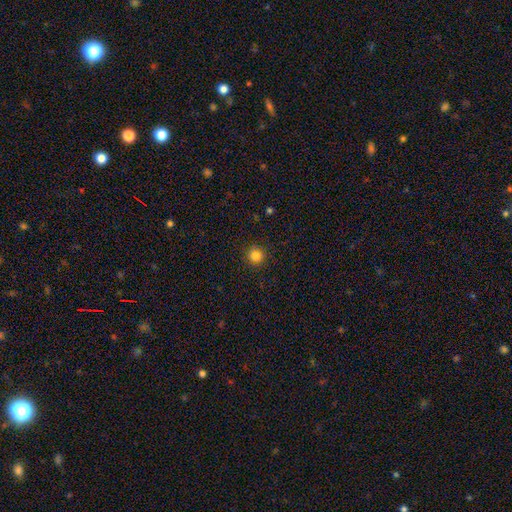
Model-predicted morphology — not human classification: Smooth or featured? smooth (83%)
How rounded? round (95%)
Merging? none (92%)